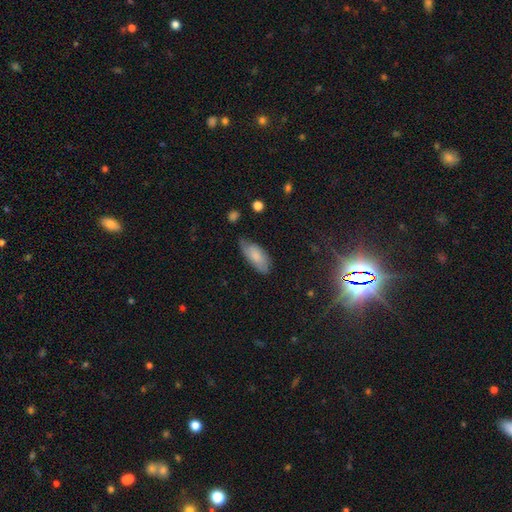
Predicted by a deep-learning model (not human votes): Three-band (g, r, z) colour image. It shows a smooth galaxy with no disk features (75%) that is in between round and cigar-shaped (86%). Merging: none (55%).